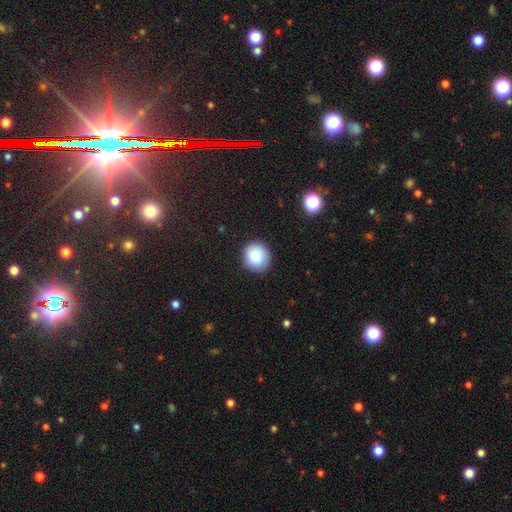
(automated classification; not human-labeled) smooth-or-featured: smooth: 86% | star or artifact: 9% | featured or disk: 5%
  how-rounded: round: 89% | in between: 10% | cigar-shaped: 1%
  merging: none: 88% | minor disturbance: 9% | major disturbance: 2% | merger: 1%